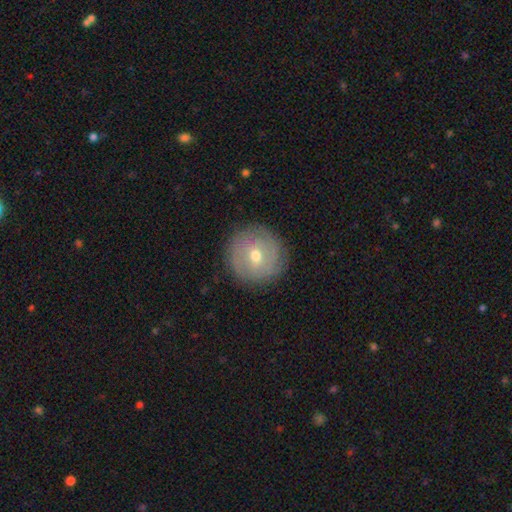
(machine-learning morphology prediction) Smooth or featured: featured or disk — 55% (smooth — 35%)
Edge-on disk: no — 96% (yes — 4%)
Bar: no — 51% (weak — 38%)
Spiral arms: yes — 66% (no — 34%)
Bulge size: moderate — 64% (small — 32%)
Merging: none — 87% (minor disturbance — 9%)